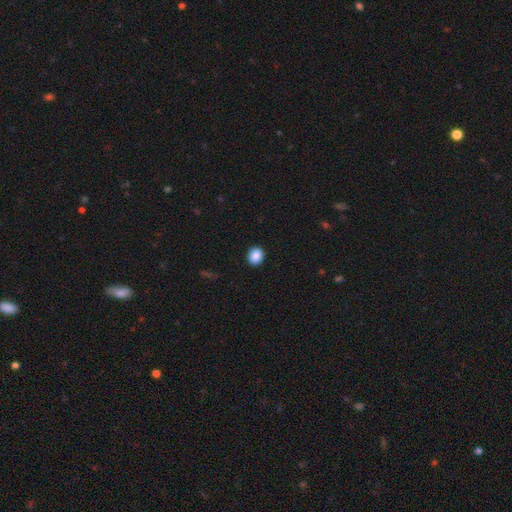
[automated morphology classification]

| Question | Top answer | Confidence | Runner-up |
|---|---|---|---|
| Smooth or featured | smooth | 89% | star or artifact (8%) |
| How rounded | round | 60% | in between (39%) |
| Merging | none | 92% | minor disturbance (6%) |